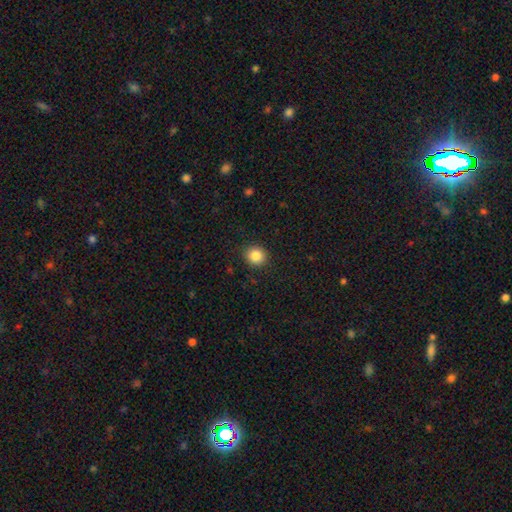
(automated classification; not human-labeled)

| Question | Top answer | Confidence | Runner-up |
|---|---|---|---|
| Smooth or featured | smooth | 86% | star or artifact (10%) |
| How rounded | round | 86% | in between (13%) |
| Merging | none | 90% | minor disturbance (7%) |